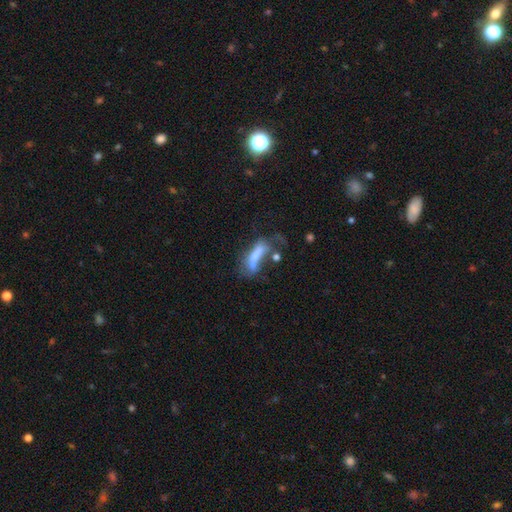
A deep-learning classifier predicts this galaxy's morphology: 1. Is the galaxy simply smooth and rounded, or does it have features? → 52% smooth, 36% featured or disk, 12% star or artifact.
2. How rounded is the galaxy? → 53% cigar-shaped, 44% in between, 3% round.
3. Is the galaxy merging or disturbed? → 34% major disturbance, 28% merger, 22% none, 16% minor disturbance.